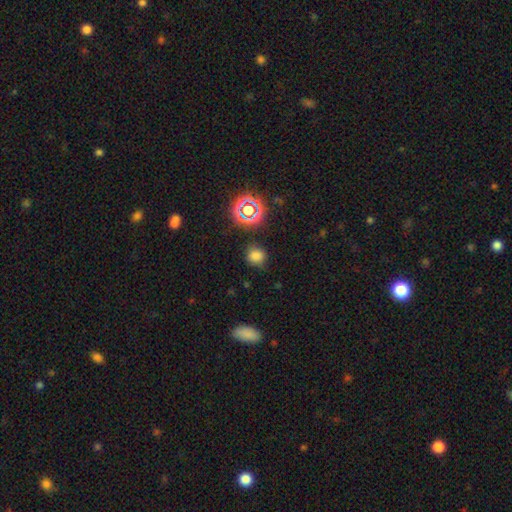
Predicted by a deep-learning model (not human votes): This is likely a smooth galaxy (74%). How rounded: clearly round (80%). Merging: clearly none (82%).